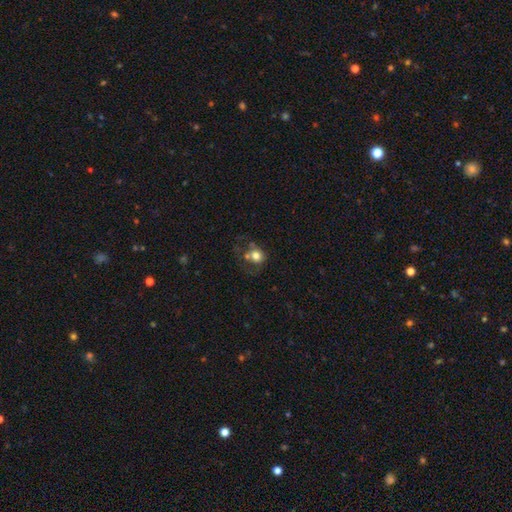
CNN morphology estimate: Smooth or featured?
  - smooth: 73% *
  - featured or disk: 16%
  - star or artifact: 12%
How rounded?
  - round: 70% *
  - in between: 29%
  - cigar-shaped: 1%
Merging?
  - none: 40% *
  - merger: 24%
  - minor disturbance: 19%
  - major disturbance: 18%